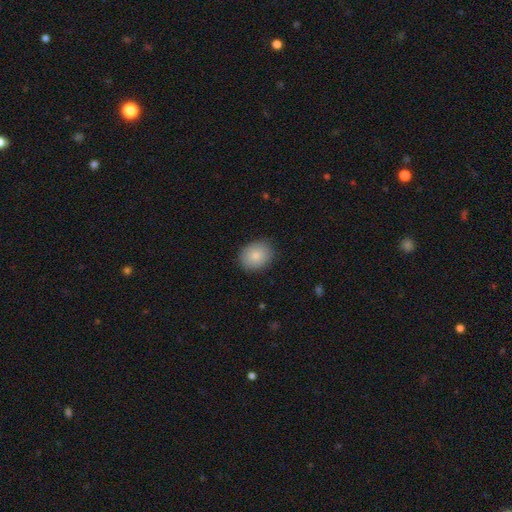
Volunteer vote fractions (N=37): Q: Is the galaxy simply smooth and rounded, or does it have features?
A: smooth — 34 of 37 (92%).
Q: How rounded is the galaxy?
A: in between — 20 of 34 (59%).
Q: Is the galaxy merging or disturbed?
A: none — 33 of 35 (94%).